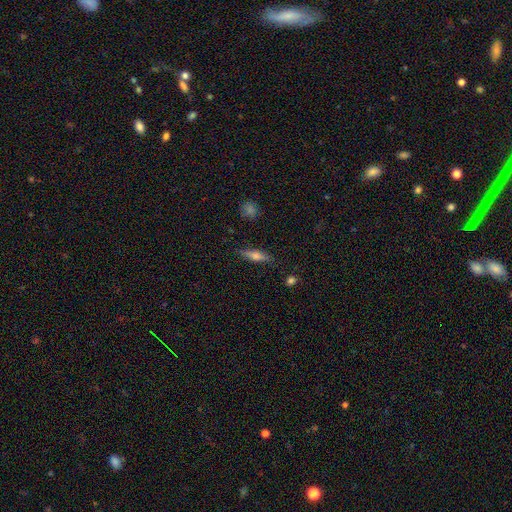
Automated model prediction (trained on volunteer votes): smooth-or-featured: smooth: 54% | featured or disk: 38% | star or artifact: 8%
  how-rounded: cigar-shaped: 65% | in between: 32% | round: 3%
  merging: none: 84% | minor disturbance: 12% | major disturbance: 3% | merger: 2%